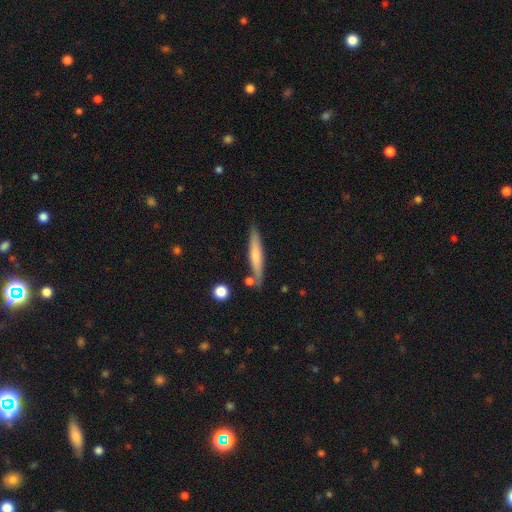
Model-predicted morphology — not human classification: Smooth or featured? smooth (59%)
How rounded? cigar-shaped (91%)
Merging? none (80%)